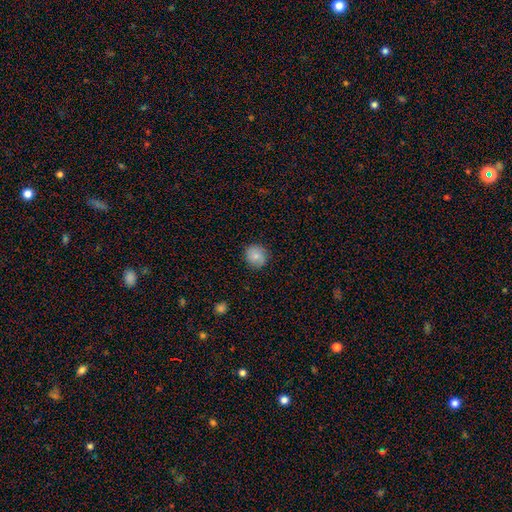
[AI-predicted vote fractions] Smooth or featured? Predicted: smooth (p=0.76). How rounded? Predicted: round (p=0.85). Merging? Predicted: none (p=0.84).